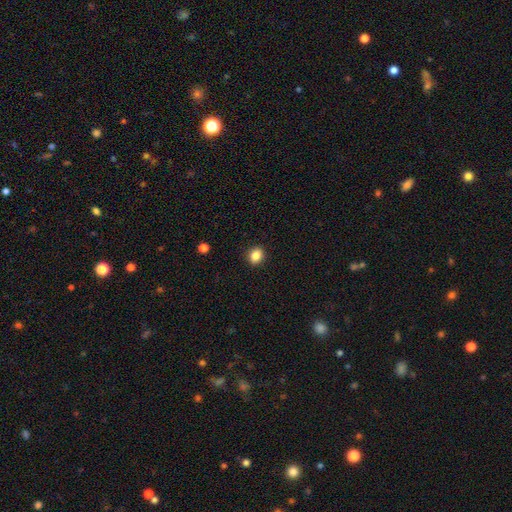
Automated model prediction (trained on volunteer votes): The model was most divided on "how rounded": round: 54%, in between: 45%, cigar-shaped: 1%. More confident: merging — none (91%); smooth or featured — smooth (86%).